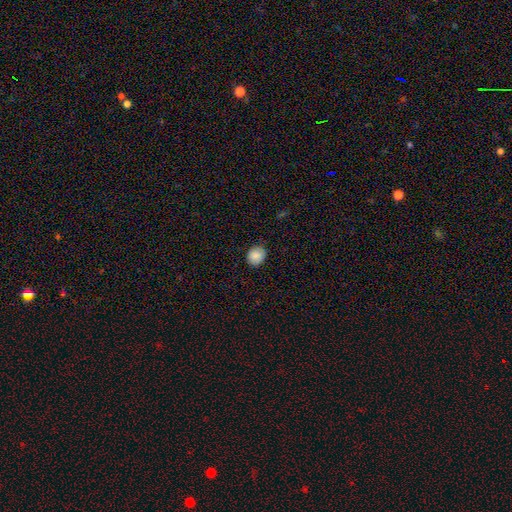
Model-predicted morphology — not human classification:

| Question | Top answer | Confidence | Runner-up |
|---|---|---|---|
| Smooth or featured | smooth | 86% | star or artifact (8%) |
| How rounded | round | 67% | in between (32%) |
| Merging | none | 84% | minor disturbance (13%) |